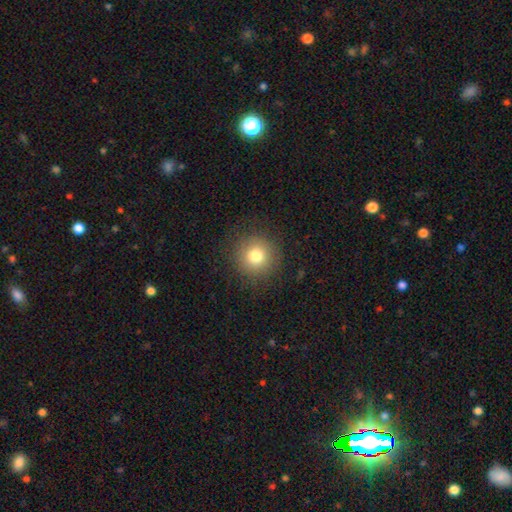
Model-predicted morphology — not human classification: This is likely a smooth galaxy (78%). How rounded: clearly round (94%). Merging: clearly none (88%).